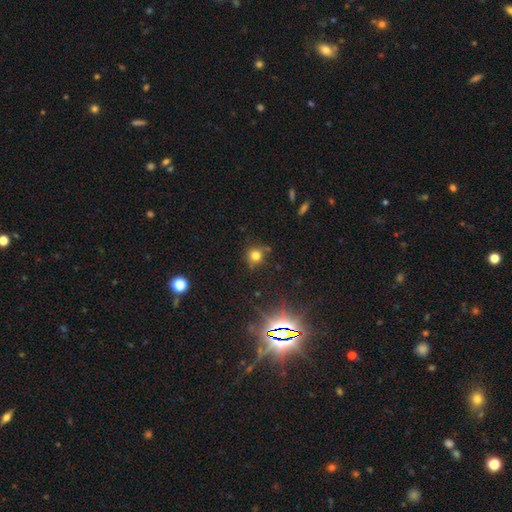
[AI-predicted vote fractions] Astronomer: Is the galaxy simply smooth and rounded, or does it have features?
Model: smooth — 70%.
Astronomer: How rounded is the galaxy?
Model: round — 89%.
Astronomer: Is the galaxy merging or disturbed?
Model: none — 75%.